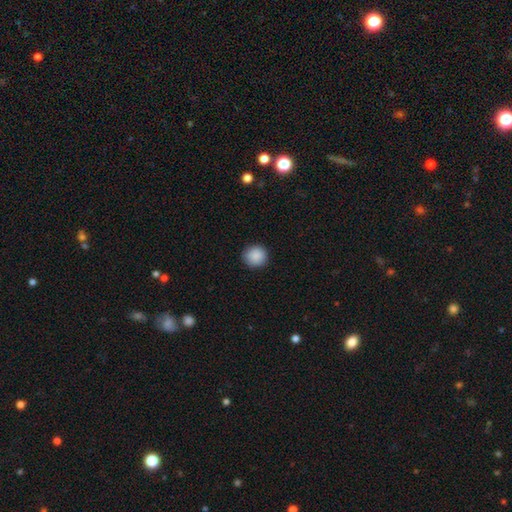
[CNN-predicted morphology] This appears to be a smooth galaxy with no disk features (89%) that is round (92%). Merging: none (91%).